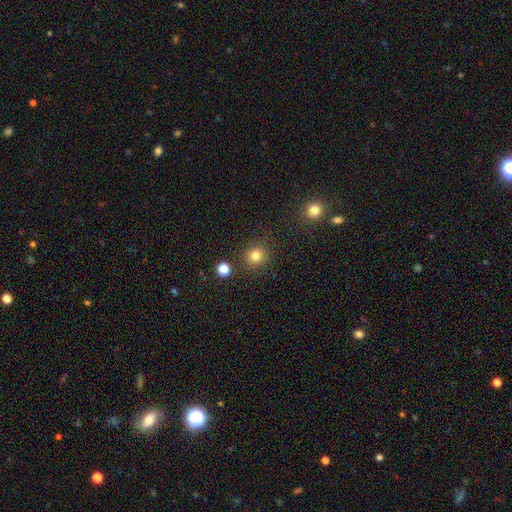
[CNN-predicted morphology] Smooth or featured?
  - smooth: 81% *
  - star or artifact: 14%
  - featured or disk: 5%
How rounded?
  - round: 91% *
  - in between: 8%
  - cigar-shaped: 1%
Merging?
  - none: 87% *
  - minor disturbance: 7%
  - merger: 3%
  - major disturbance: 3%